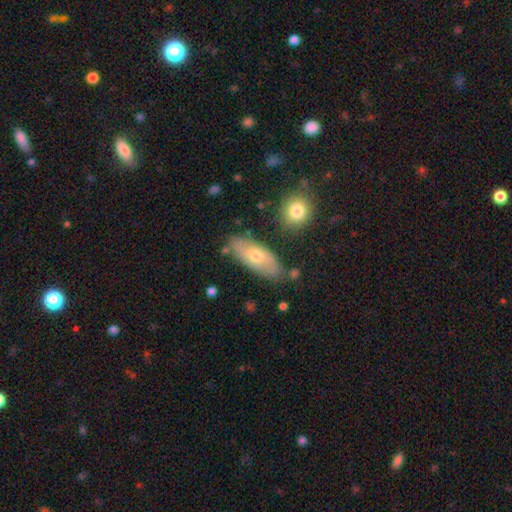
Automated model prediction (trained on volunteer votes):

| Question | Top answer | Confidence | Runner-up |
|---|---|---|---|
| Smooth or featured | smooth | 56% | featured or disk (37%) |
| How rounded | in between | 79% | cigar-shaped (18%) |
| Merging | none | 77% | minor disturbance (15%) |